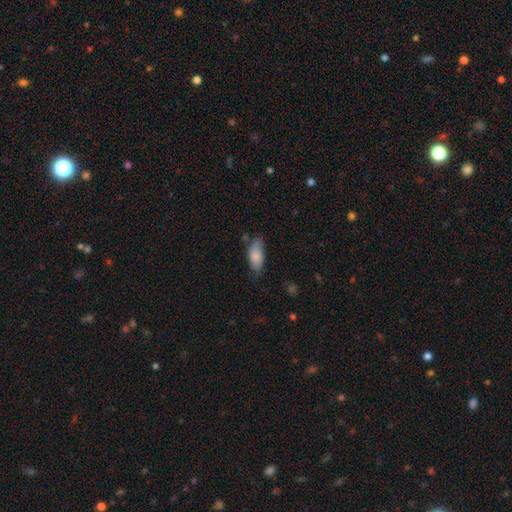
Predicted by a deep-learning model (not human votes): A smooth galaxy with no disk features (81%) that is in between round and cigar-shaped (87%). Merging: none (61%).